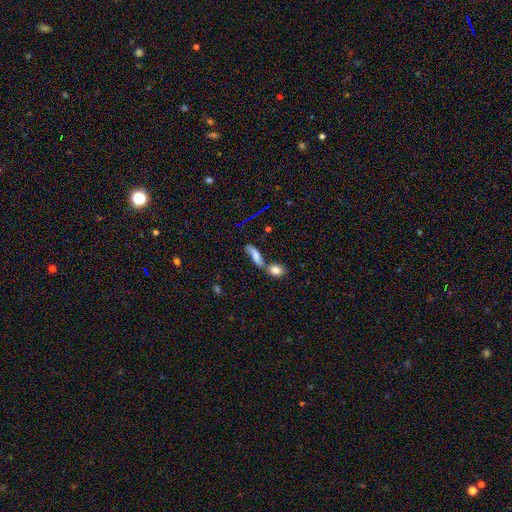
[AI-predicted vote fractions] This appears to be a smooth galaxy with no disk features (61%) that is cigar-shaped (50%). Merging: merger (44%).